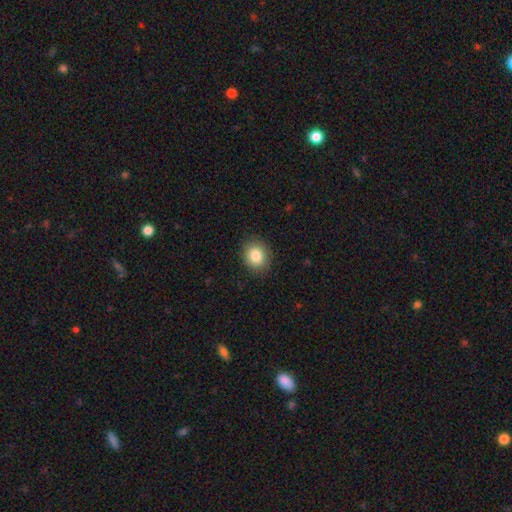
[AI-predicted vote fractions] Smooth or featured? Predicted: smooth (p=0.84). How rounded? Predicted: round (p=0.61). Merging? Predicted: none (p=0.87).